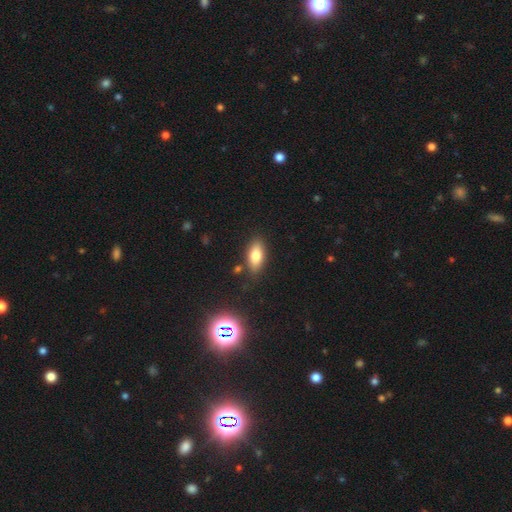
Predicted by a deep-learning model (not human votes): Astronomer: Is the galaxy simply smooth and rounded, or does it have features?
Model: smooth — 78%.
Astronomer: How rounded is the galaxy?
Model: in between — 86%.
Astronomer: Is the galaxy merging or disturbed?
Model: none — 82%.